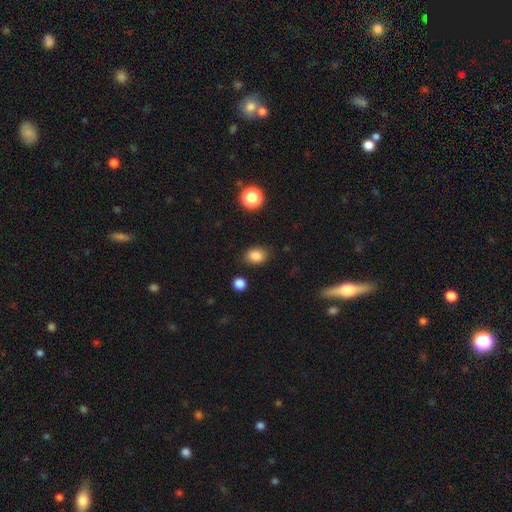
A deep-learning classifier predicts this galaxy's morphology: Smooth or featured?
  - smooth: 86% *
  - star or artifact: 10%
  - featured or disk: 4%
How rounded?
  - in between: 67% *
  - round: 32%
  - cigar-shaped: 1%
Merging?
  - none: 83% *
  - minor disturbance: 12%
  - major disturbance: 3%
  - merger: 2%